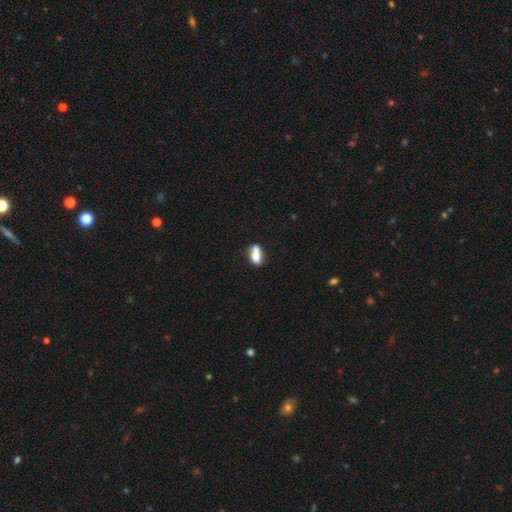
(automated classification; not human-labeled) smooth_or_featured: smooth (p=0.74) [alt: featured or disk p=0.17]
how_rounded: in between (p=0.80) [alt: round p=0.12]
merging: merger (p=0.43) [alt: none p=0.34]